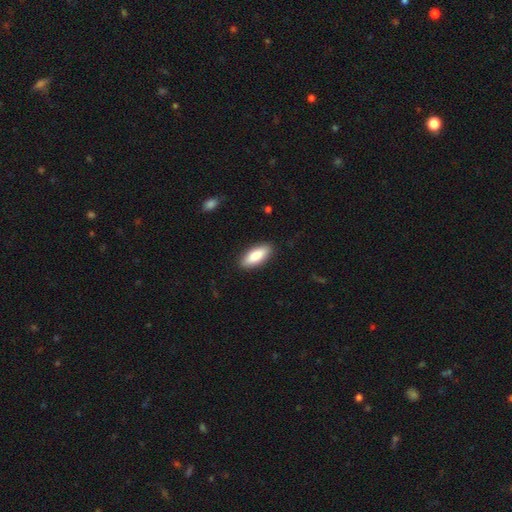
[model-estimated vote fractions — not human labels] This appears to be a smooth galaxy with no disk features (86%) that is in between round and cigar-shaped (77%). Merging: none (89%).